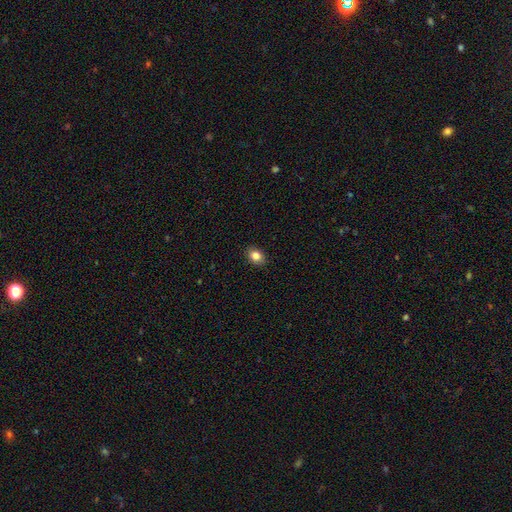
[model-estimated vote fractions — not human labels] Smooth or featured: smooth — 84% (star or artifact — 10%)
How rounded: in between — 61% (round — 38%)
Merging: none — 89% (minor disturbance — 8%)